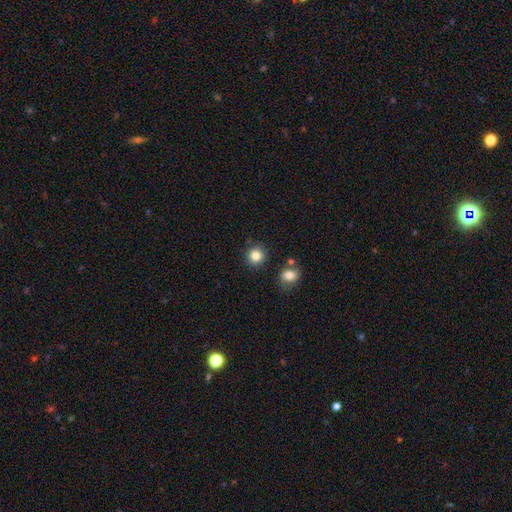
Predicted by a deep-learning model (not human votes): Smooth or featured?
  - smooth: 83% *
  - star or artifact: 11%
  - featured or disk: 6%
How rounded?
  - round: 92% *
  - in between: 7%
  - cigar-shaped: 1%
Merging?
  - none: 87% *
  - minor disturbance: 7%
  - merger: 4%
  - major disturbance: 2%